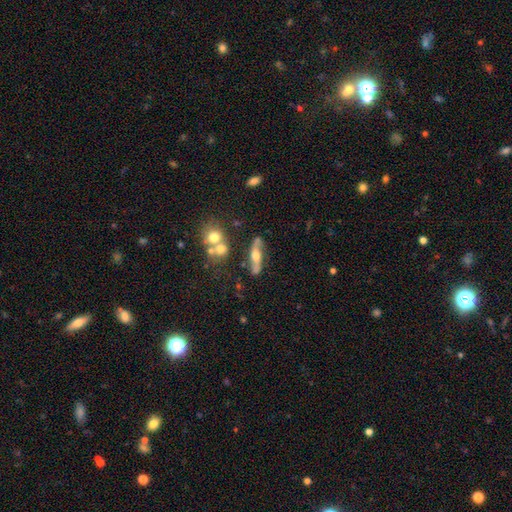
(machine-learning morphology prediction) This appears to be a featured or disk galaxy (68%). Merging: none (70%).